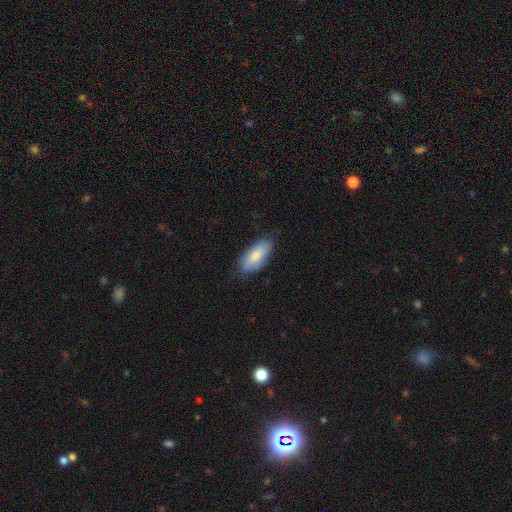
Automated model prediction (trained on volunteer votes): smooth 80%, featured or disk 15%, star or artifact 5%. Down the decision tree: how rounded — in between (87%); merging — none (75%).